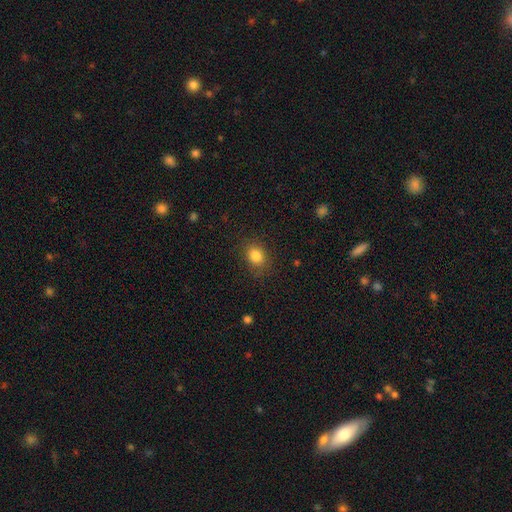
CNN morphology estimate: smooth_or_featured: smooth (p=0.84) [alt: star or artifact p=0.10]
how_rounded: in between (p=0.52) [alt: round p=0.47]
merging: none (p=0.83) [alt: minor disturbance p=0.12]